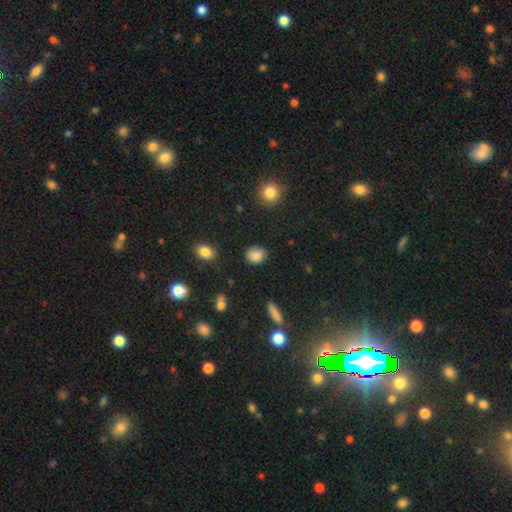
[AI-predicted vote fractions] Morphology: type=smooth (84%); roundness=round (55%); merging=none (80%).